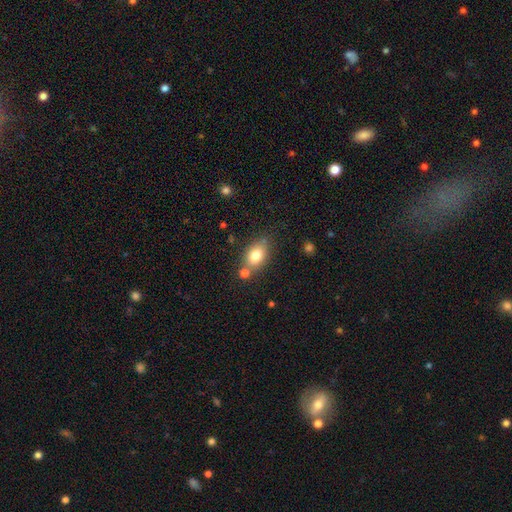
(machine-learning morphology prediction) type=smooth (79%); roundness=in between (80%); merging=none (68%).